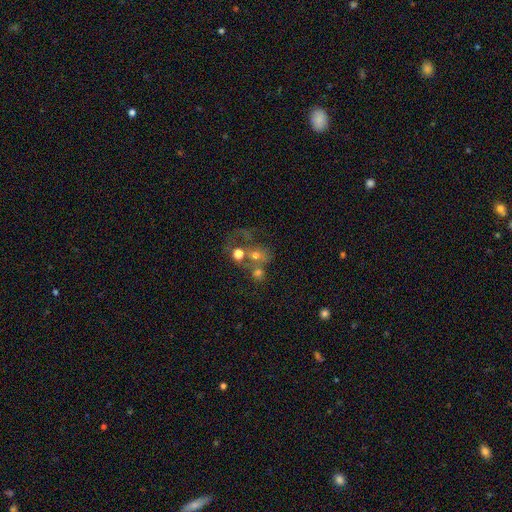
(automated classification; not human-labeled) A smooth galaxy with no disk features (42%). Merging: merger (49%).